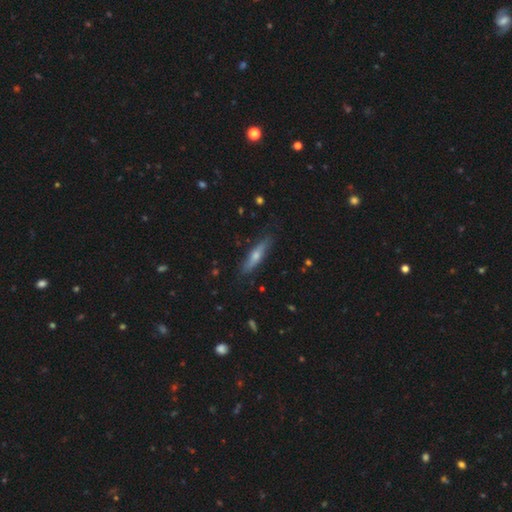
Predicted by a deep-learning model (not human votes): This is possibly a featured or disk galaxy (49%). Merging: clearly none (85%).